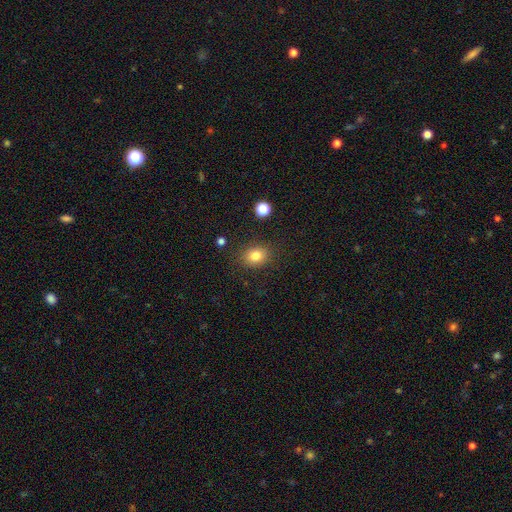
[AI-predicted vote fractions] smooth-or-featured: smooth: 82% | star or artifact: 11% | featured or disk: 7%
  how-rounded: round: 53% | in between: 46% | cigar-shaped: 1%
  merging: none: 85% | minor disturbance: 10% | major disturbance: 3% | merger: 2%